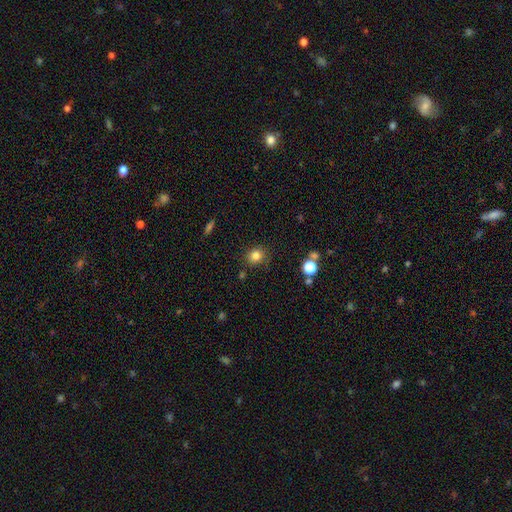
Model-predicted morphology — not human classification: type=smooth (82%); roundness=round (76%); merging=none (82%).